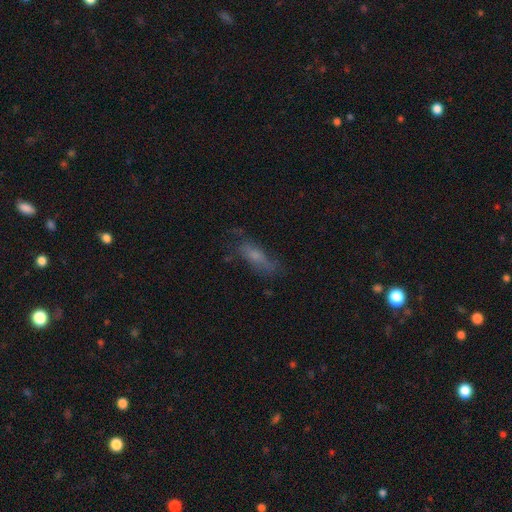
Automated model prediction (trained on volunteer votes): A smooth galaxy with no disk features (49%).

Vote fractions:
- Smooth or featured? smooth: 49% / featured or disk: 38% / star or artifact: 14%
- Merging? none: 52% / minor disturbance: 26% / major disturbance: 19% / merger: 3%